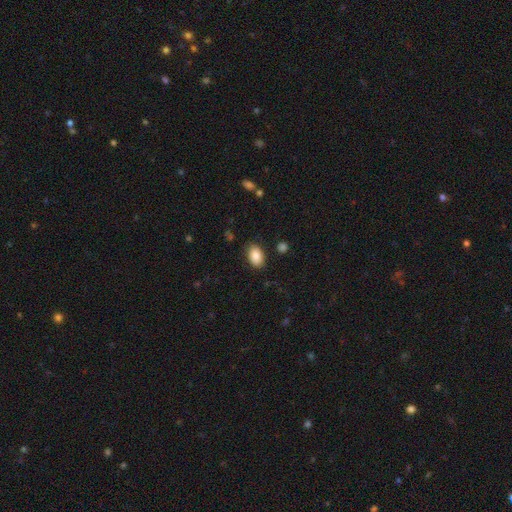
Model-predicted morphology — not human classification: smooth-or-featured: smooth: 85% | featured or disk: 7% | star or artifact: 7%
  how-rounded: in between: 90% | round: 9% | cigar-shaped: 1%
  merging: none: 85% | minor disturbance: 11% | major disturbance: 3% | merger: 2%